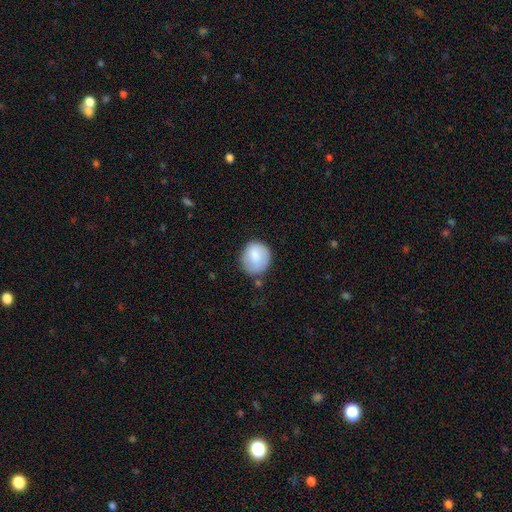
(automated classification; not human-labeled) A smooth galaxy with no disk features (81%) that is round (79%).

Vote fractions:
- Smooth or featured? smooth: 81% / featured or disk: 12% / star or artifact: 7%
- How rounded? round: 79% / in between: 20% / cigar-shaped: 1%
- Merging? none: 71% / minor disturbance: 20% / major disturbance: 5% / merger: 4%